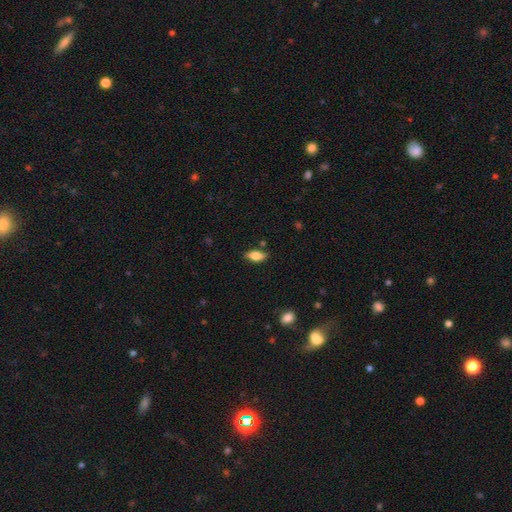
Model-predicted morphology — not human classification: Q: Smooth or featured?
A: smooth (73%); runner-up: featured or disk (20%)
Q: How rounded?
A: in between (82%); runner-up: cigar-shaped (15%)
Q: Merging?
A: none (83%); runner-up: minor disturbance (12%)